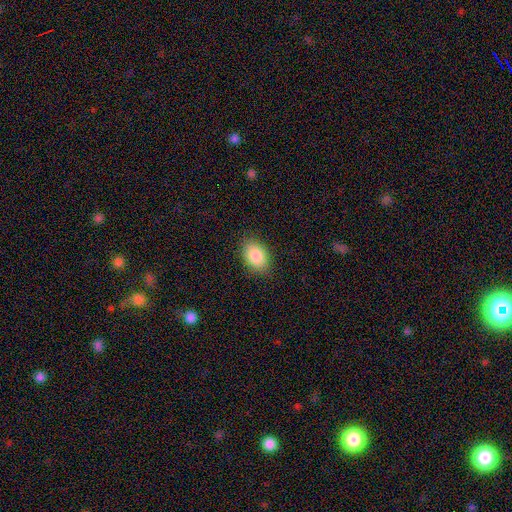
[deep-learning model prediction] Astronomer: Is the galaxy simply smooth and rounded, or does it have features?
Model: smooth — 87%.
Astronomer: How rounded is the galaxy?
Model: in between — 87%.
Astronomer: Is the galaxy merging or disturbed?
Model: none — 86%.